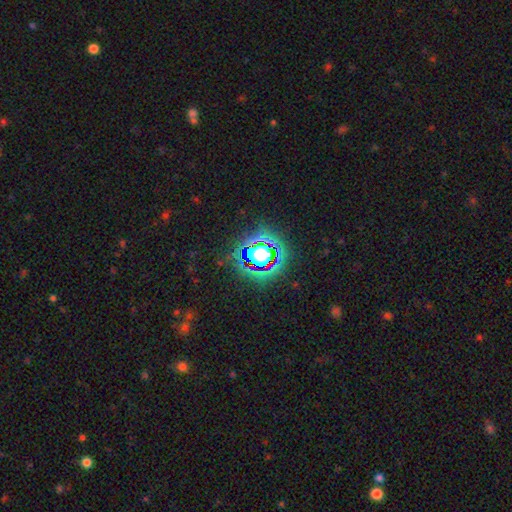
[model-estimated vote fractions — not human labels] Morphology: type=star or artifact (73%).